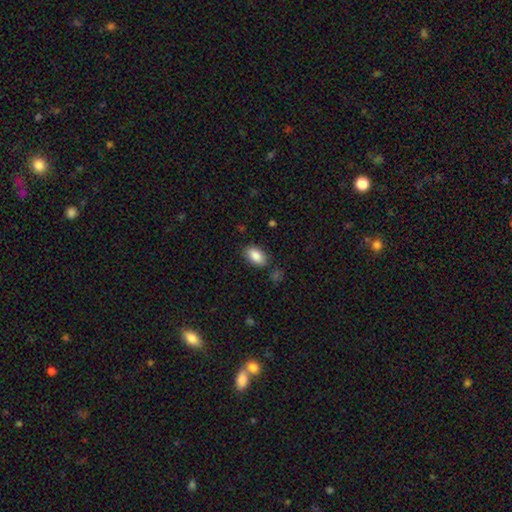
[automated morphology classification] Overall: smooth (88%). How rounded: in between (93%). Merging: none (84%).